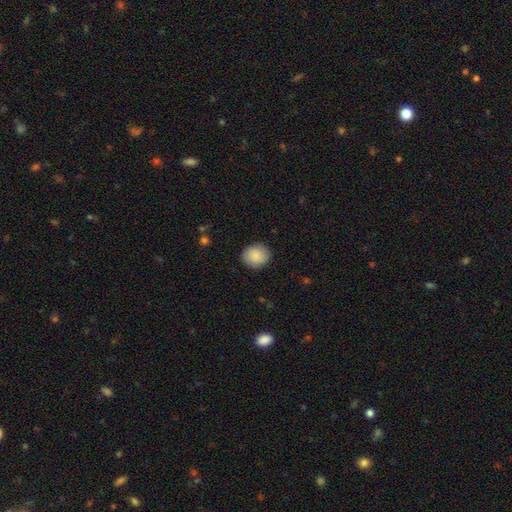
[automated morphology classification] smooth 89%, star or artifact 7%, featured or disk 4%. Down the decision tree: how rounded — round (76%); merging — none (88%).